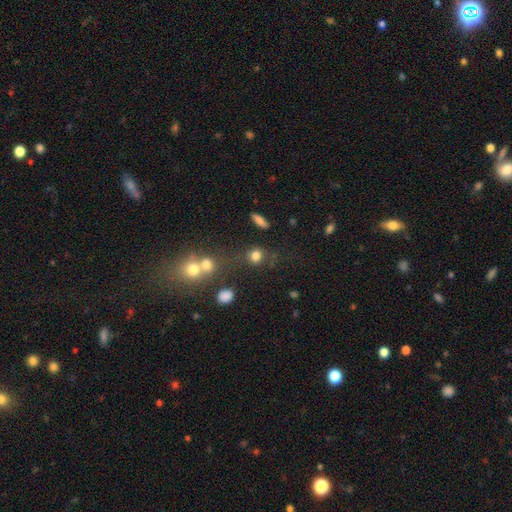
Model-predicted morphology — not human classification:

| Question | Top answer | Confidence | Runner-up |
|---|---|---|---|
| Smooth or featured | smooth | 78% | star or artifact (13%) |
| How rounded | round | 78% | in between (20%) |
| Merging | none | 62% | merger (15%) |